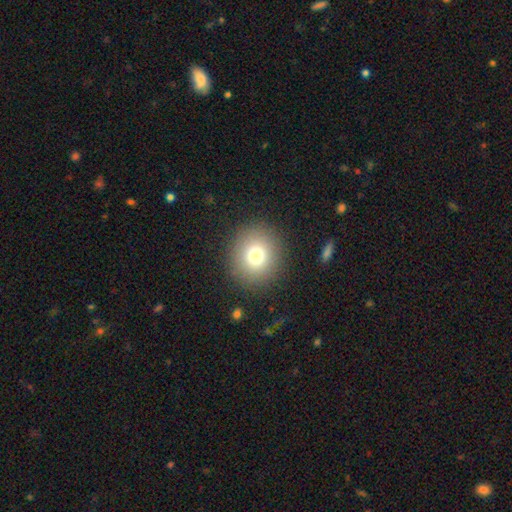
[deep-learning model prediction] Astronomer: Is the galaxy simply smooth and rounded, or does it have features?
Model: smooth — 76%.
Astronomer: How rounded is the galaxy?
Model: round — 87%.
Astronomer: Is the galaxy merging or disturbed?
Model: none — 89%.